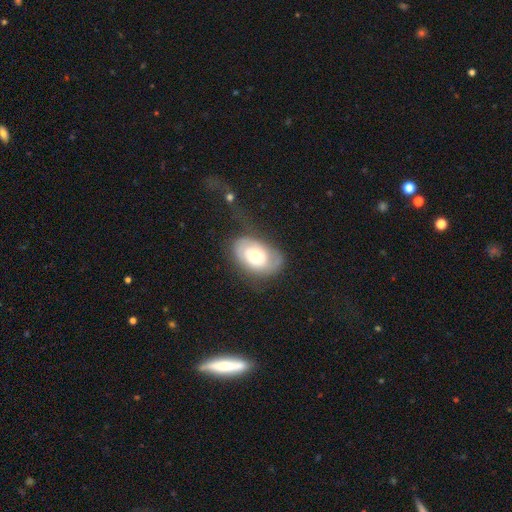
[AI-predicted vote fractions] Q: Smooth or featured?
A: smooth (47%); runner-up: featured or disk (45%)
Q: Merging?
A: none (55%); runner-up: minor disturbance (25%)